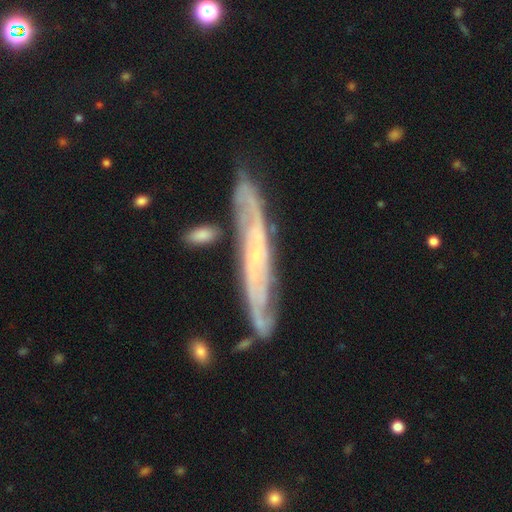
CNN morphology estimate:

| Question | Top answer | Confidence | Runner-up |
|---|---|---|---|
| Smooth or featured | featured or disk | 82% | smooth (12%) |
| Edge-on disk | no | 51% | yes (49%) |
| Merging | none | 75% | minor disturbance (15%) |